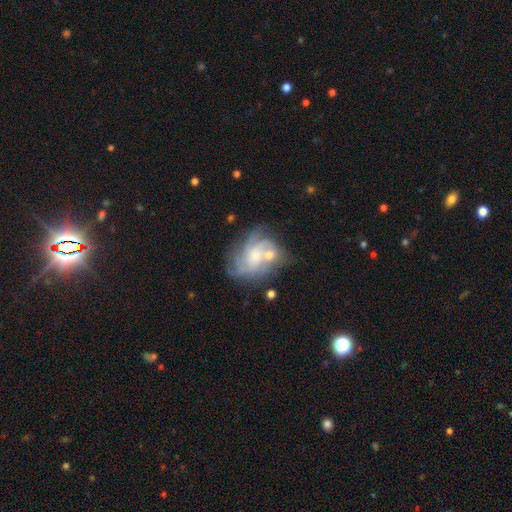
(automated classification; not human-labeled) Smooth or featured: featured or disk — 78% (smooth — 14%)
Edge-on disk: no — 97% (yes — 3%)
Bar: no — 70% (weak — 26%)
Spiral arms: yes — 92% (no — 8%)
Spiral winding: tight — 45% (medium — 41%)
Spiral arm count: can't tell — 27% (tied with 3 — 27%)
Bulge size: small — 50% (moderate — 38%)
Merging: none — 43% (merger — 28%)